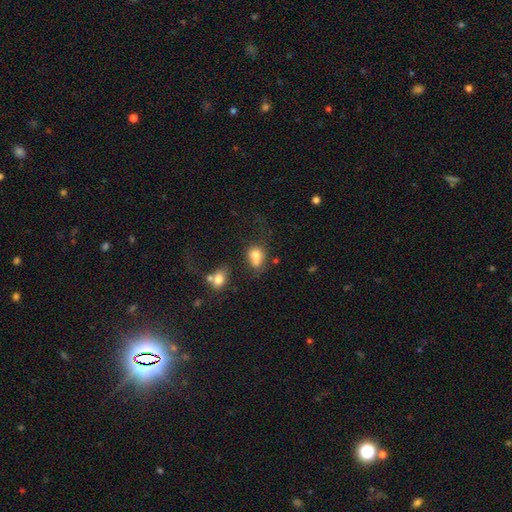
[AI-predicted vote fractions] The model was most divided on "how rounded" (2-way tie): in between: 49%, round: 49%, cigar-shaped: 1%. Remaining: smooth or featured — smooth (72%); merging — merger (48%).